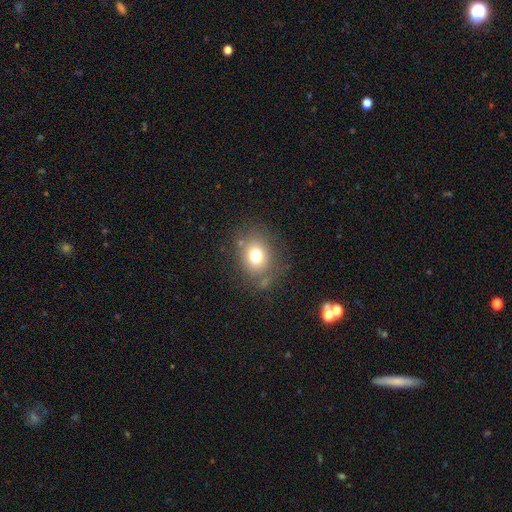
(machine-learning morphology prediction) This appears to be a smooth galaxy with no disk features (73%) that is round (60%). Merging: none (74%).